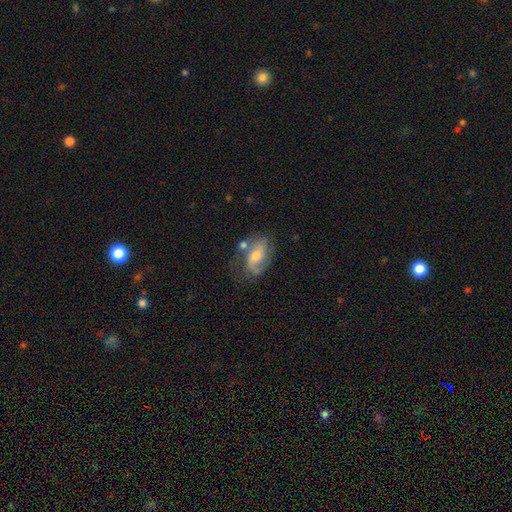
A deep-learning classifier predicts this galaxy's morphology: Overall: featured or disk (61%; smooth 31%). Edge-on disk: no (94%). Bar: no (48%; weak 39%). Spiral arms: yes (84%). Bulge size: moderate (53%; small 29%). Merging: none (51%; minor disturbance 24%).